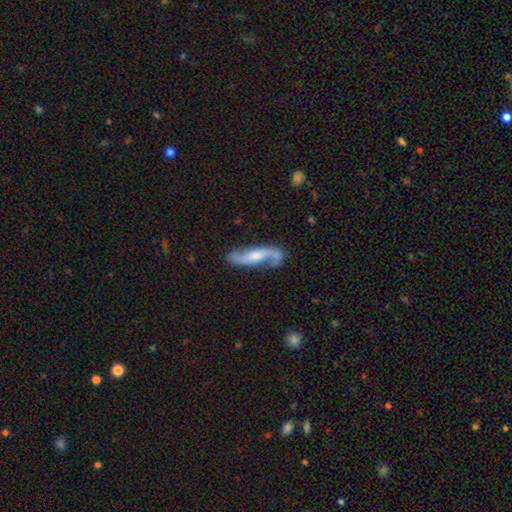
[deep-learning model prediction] Morphology: type=featured or disk (81%); edge-on=no (86%); bar=no (48%); spiral arms=yes (95%); winding=loose (61%); arm count=2 (89%); bulge=moderate (51%); merging=none (73%).